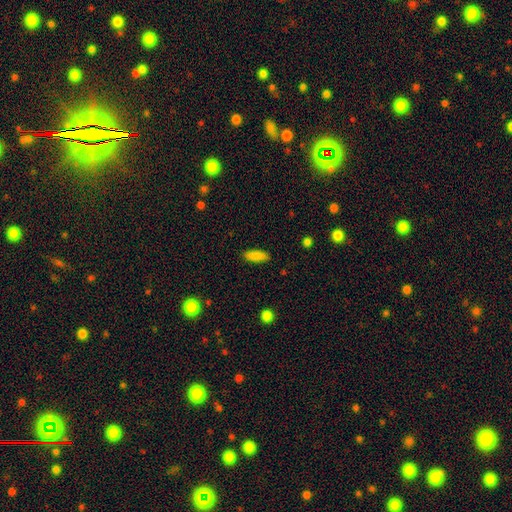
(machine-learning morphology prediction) Overall: smooth (87%). How rounded: in between (69%; cigar-shaped 29%). Merging: none (88%).